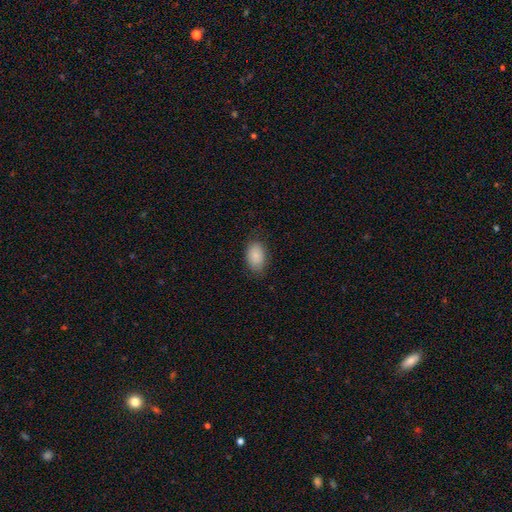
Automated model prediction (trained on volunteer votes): This is clearly a smooth galaxy (85%). How rounded: clearly in between (89%). Merging: clearly none (80%).